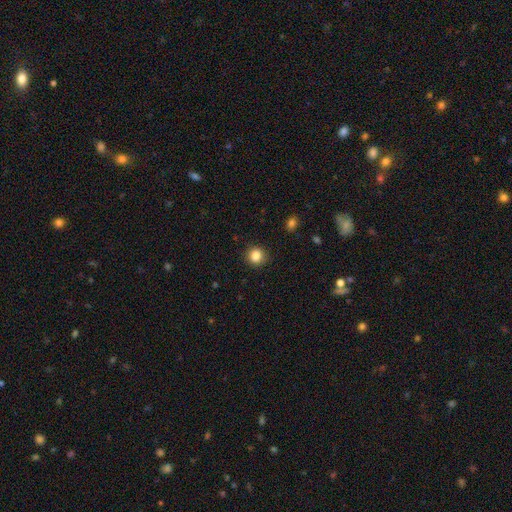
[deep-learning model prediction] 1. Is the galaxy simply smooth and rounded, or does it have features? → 85% smooth, 11% star or artifact, 4% featured or disk.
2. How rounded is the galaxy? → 91% round, 8% in between, 1% cigar-shaped.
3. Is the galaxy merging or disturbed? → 91% none, 6% minor disturbance, 2% major disturbance, 1% merger.